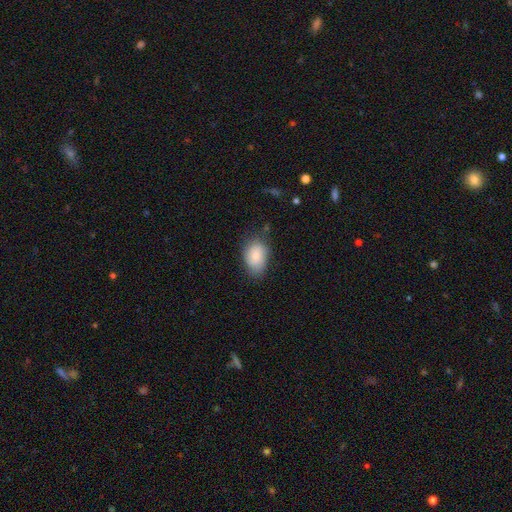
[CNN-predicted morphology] Smooth or featured: smooth — 85% (featured or disk — 8%)
How rounded: in between — 87% (round — 12%)
Merging: none — 67% (minor disturbance — 25%)